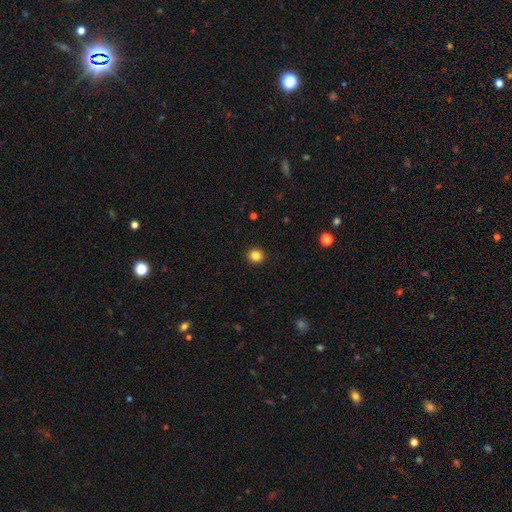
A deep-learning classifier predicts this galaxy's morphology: smooth-or-featured: smooth: 84% | star or artifact: 11% | featured or disk: 4%
  how-rounded: round: 88% | in between: 12% | cigar-shaped: 1%
  merging: none: 93% | minor disturbance: 5% | major disturbance: 2% | merger: 1%